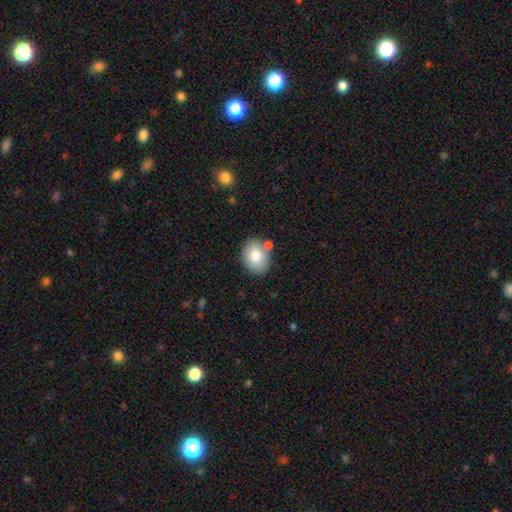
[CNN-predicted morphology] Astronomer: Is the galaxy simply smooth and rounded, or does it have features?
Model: smooth — 80%.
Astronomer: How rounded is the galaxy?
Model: in between — 50% (runner-up: round, 49%).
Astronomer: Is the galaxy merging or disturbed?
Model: none — 75%.